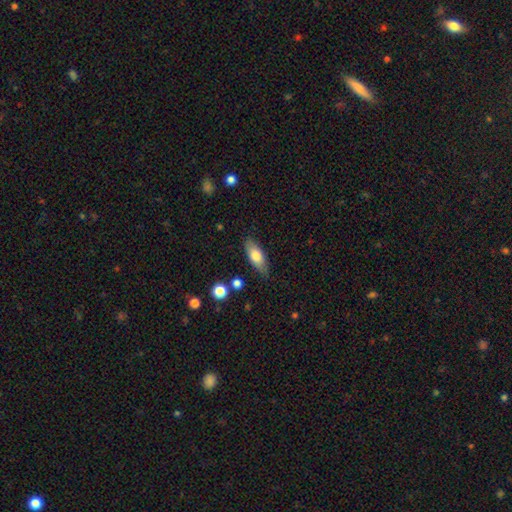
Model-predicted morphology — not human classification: This is likely a smooth galaxy (72%). How rounded: likely in between (76%). Merging: clearly none (80%).